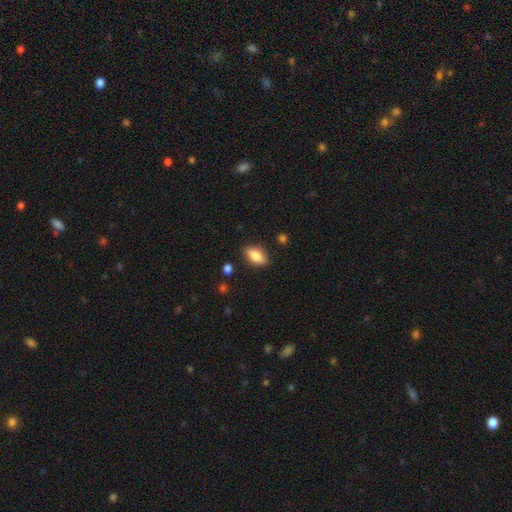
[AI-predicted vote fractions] The model was most divided on "smooth or featured": smooth: 80%, featured or disk: 13%, star or artifact: 7%. More confident: how rounded — in between (86%); merging — none (84%).